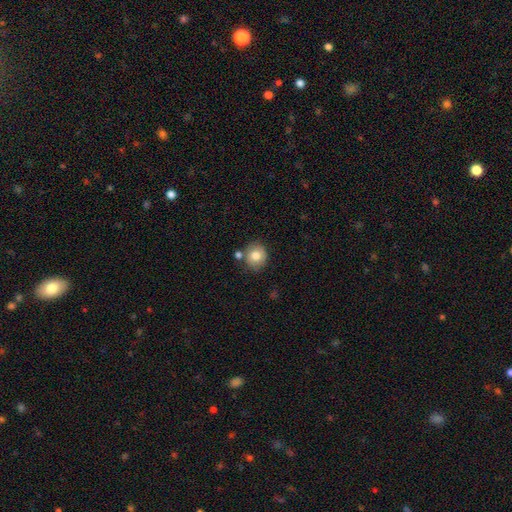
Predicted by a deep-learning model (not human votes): smooth_or_featured: smooth (p=0.79) [alt: featured or disk p=0.12]
how_rounded: round (p=0.82) [alt: in between p=0.17]
merging: none (p=0.74) [alt: minor disturbance p=0.12]